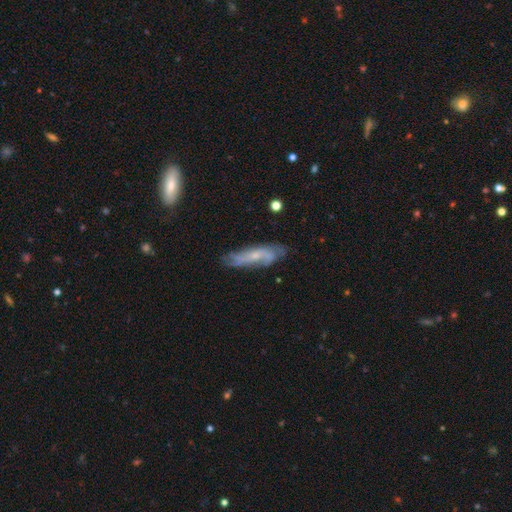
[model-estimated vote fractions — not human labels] smooth-or-featured: featured or disk: 63% | smooth: 29% | star or artifact: 8%
  disk-edge-on: no: 67% | yes: 33%
  merging: none: 69% | minor disturbance: 22% | major disturbance: 6% | merger: 3%